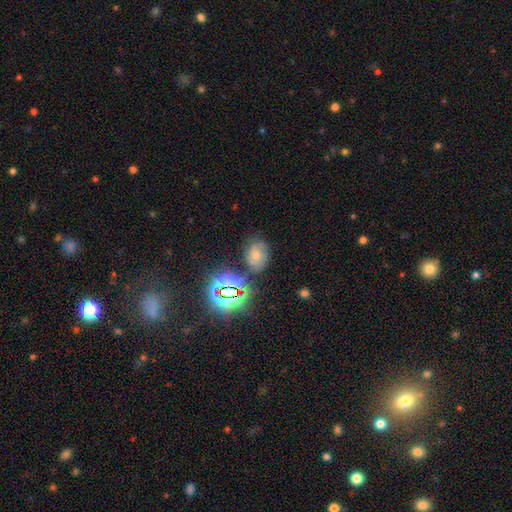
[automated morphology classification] The model was most divided on "smooth or featured": star or artifact: 48%, featured or disk: 30%, smooth: 23%.